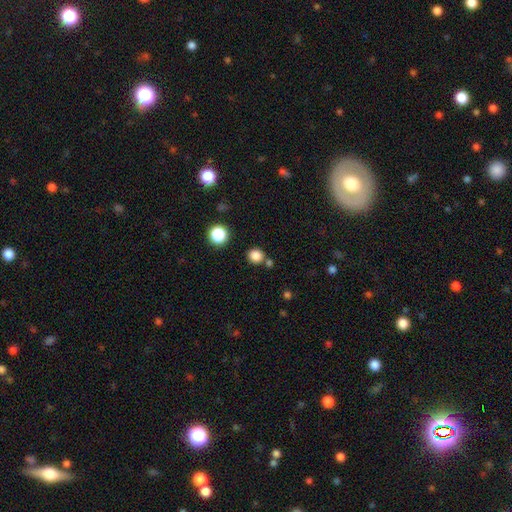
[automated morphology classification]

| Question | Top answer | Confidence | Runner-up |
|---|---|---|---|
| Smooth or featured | smooth | 83% | star or artifact (13%) |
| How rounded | round | 86% | in between (13%) |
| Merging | none | 77% | merger (11%) |